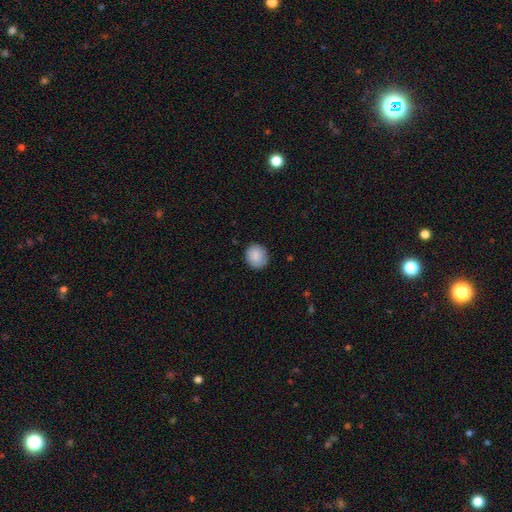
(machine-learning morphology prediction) type=smooth (87%); roundness=round (82%); merging=none (86%).